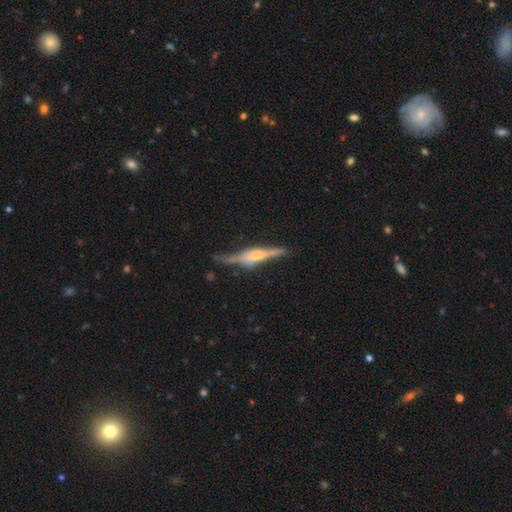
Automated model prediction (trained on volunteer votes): smooth-or-featured: featured or disk: 76% | smooth: 18% | star or artifact: 6%
  disk-edge-on: yes: 93% | no: 7%
    edge-on-bulge: rounded: 61% | boxy: 30% | none: 9%
  merging: none: 65% | minor disturbance: 23% | major disturbance: 9% | merger: 3%